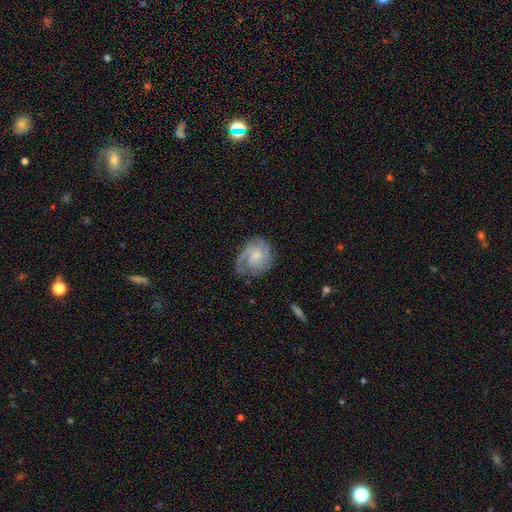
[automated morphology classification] type=featured or disk (73%); edge-on=no (98%); bar=no (57%); spiral arms=yes (94%); winding=tight (46%); arm count=2 (36%); bulge=small (52%); merging=none (64%).